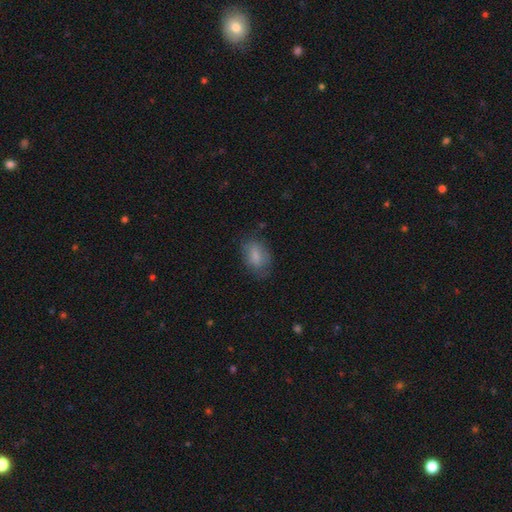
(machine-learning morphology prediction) Smooth or featured?
  - smooth: 77% *
  - featured or disk: 14%
  - star or artifact: 8%
How rounded?
  - in between: 82% *
  - round: 16%
  - cigar-shaped: 2%
Merging?
  - none: 69% *
  - minor disturbance: 22%
  - major disturbance: 8%
  - merger: 1%